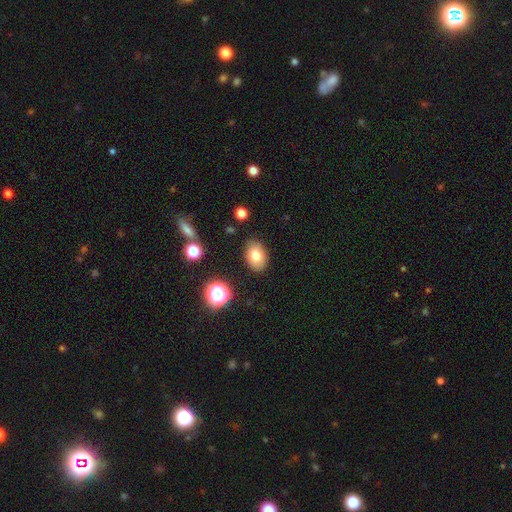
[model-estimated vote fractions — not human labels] Smooth or featured?
  - smooth: 78% *
  - featured or disk: 12%
  - star or artifact: 10%
How rounded?
  - in between: 81% *
  - round: 18%
  - cigar-shaped: 1%
Merging?
  - none: 85% *
  - minor disturbance: 11%
  - major disturbance: 3%
  - merger: 2%